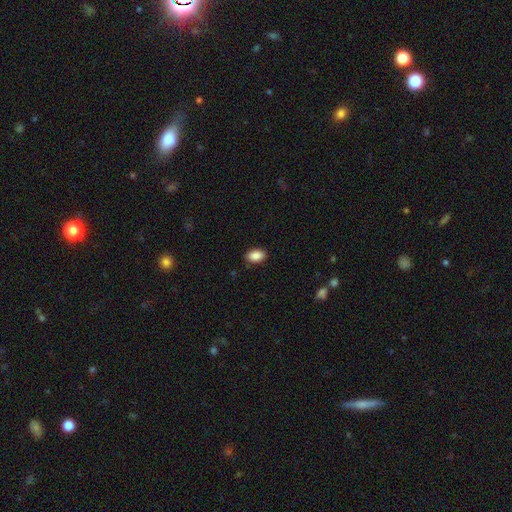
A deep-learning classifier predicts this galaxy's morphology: Q: Smooth or featured?
A: smooth (89%); runner-up: star or artifact (7%)
Q: How rounded?
A: in between (91%); runner-up: round (8%)
Q: Merging?
A: none (87%); runner-up: minor disturbance (10%)